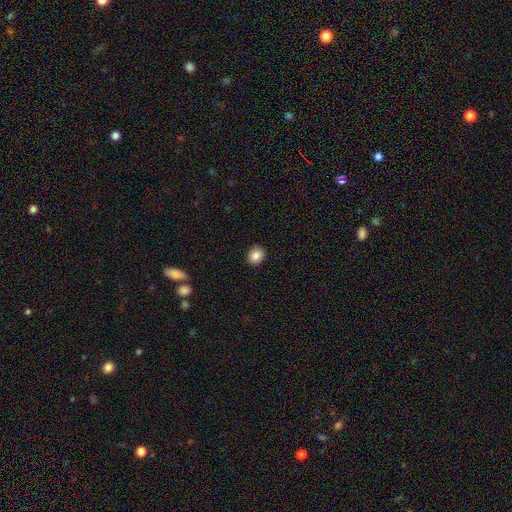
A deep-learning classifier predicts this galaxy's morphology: type=smooth (85%); roundness=round (77%); merging=none (92%).